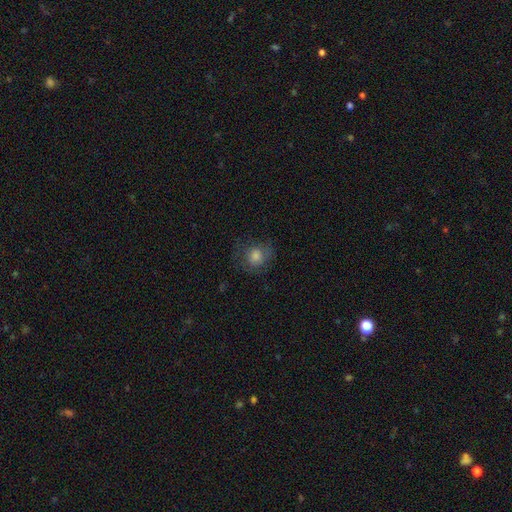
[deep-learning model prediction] A smooth galaxy with no disk features (61%) that is round (76%).

Vote fractions:
- Smooth or featured? smooth: 61% / featured or disk: 24% / star or artifact: 15%
- How rounded? round: 76% / in between: 23% / cigar-shaped: 1%
- Merging? none: 66% / minor disturbance: 19% / major disturbance: 14% / merger: 1%